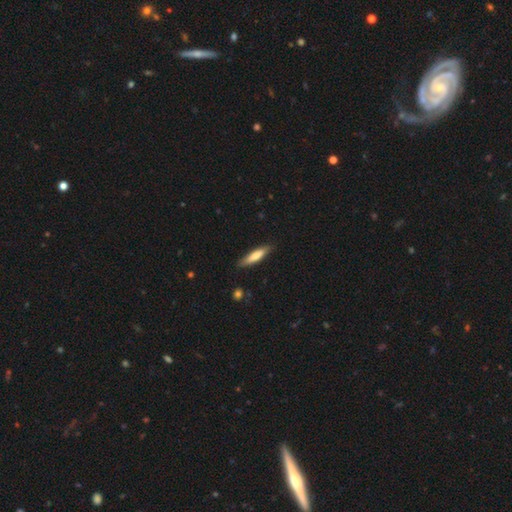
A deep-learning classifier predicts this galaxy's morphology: This is likely a smooth galaxy (71%). How rounded: likely cigar-shaped (79%). Merging: clearly none (84%).